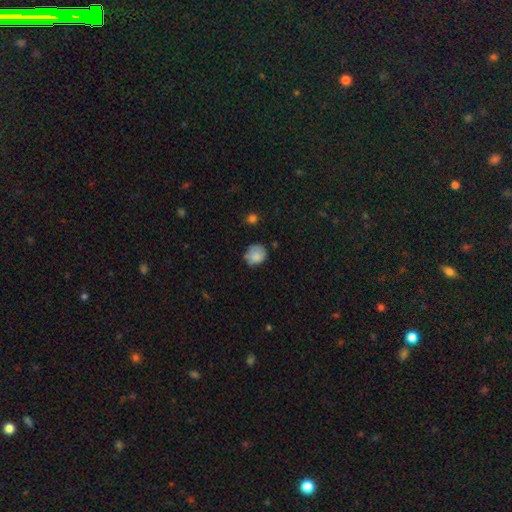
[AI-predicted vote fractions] A smooth galaxy with no disk features (80%) that is round (67%). Merging: none (60%).